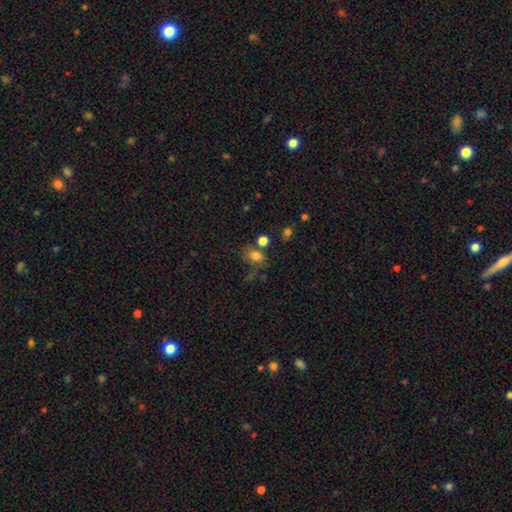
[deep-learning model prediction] A smooth galaxy with no disk features (76%) that is in between round and cigar-shaped (59%). Merging: none (48%).